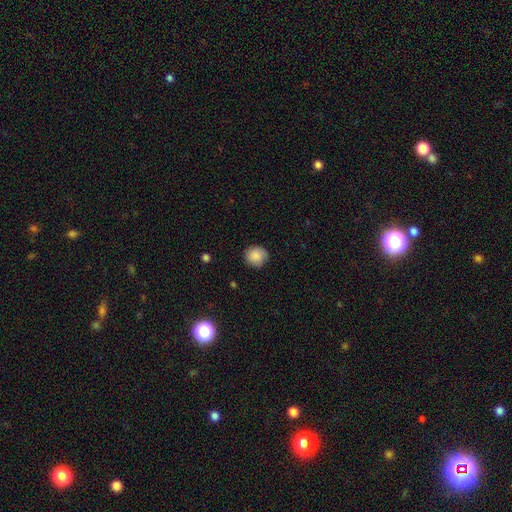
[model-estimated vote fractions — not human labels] Morphology: type=smooth (87%); roundness=round (90%); merging=none (84%).